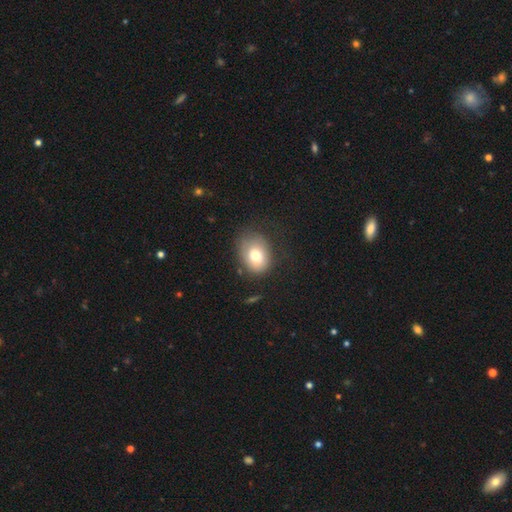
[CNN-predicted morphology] The model was most divided on "how rounded": in between: 63%, round: 37%, cigar-shaped: 1%. More confident: smooth or featured — smooth (77%); merging — none (65%).